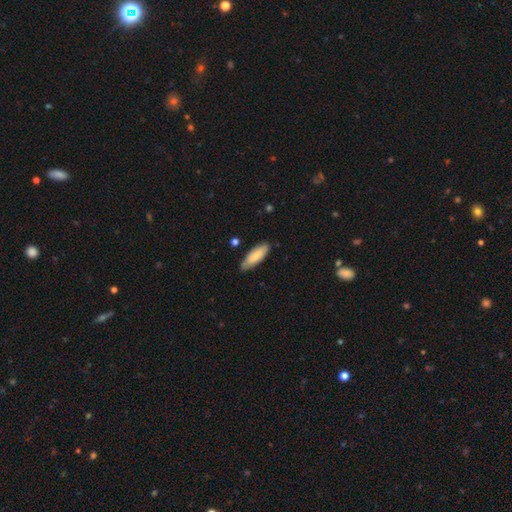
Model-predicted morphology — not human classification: Smooth or featured: smooth — 78% (featured or disk — 16%)
How rounded: in between — 59% (cigar-shaped — 40%)
Merging: none — 75% (minor disturbance — 20%)